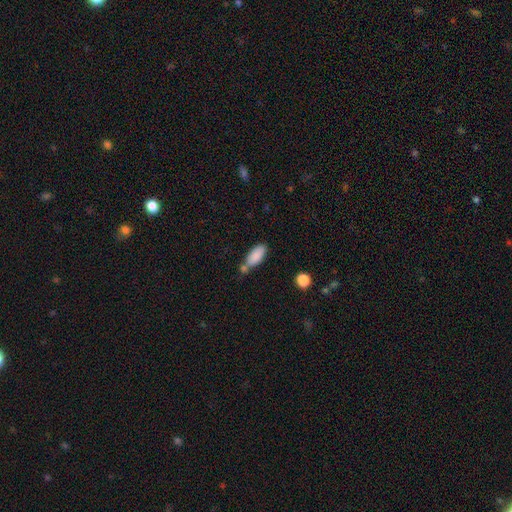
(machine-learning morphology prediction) Q: Smooth or featured?
A: smooth (86%); runner-up: star or artifact (7%)
Q: How rounded?
A: in between (84%); runner-up: cigar-shaped (14%)
Q: Merging?
A: none (51%); runner-up: merger (26%)